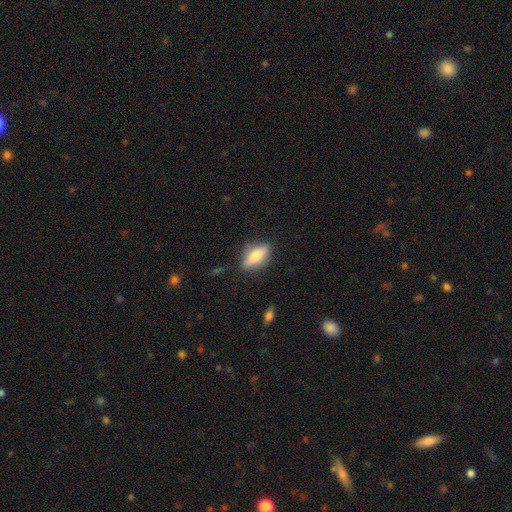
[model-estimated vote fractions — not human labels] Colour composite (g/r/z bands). It shows a smooth galaxy with no disk features (61%) that is in between round and cigar-shaped (69%). Merging: none (82%).